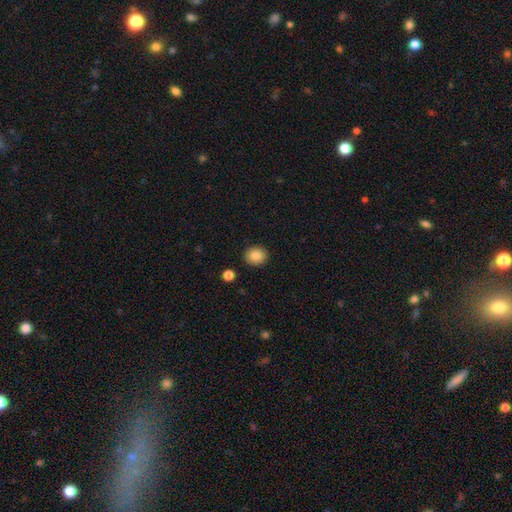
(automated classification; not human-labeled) Smooth or featured? Predicted: smooth (p=0.86). How rounded? Predicted: round (p=0.74). Merging? Predicted: none (p=0.90).